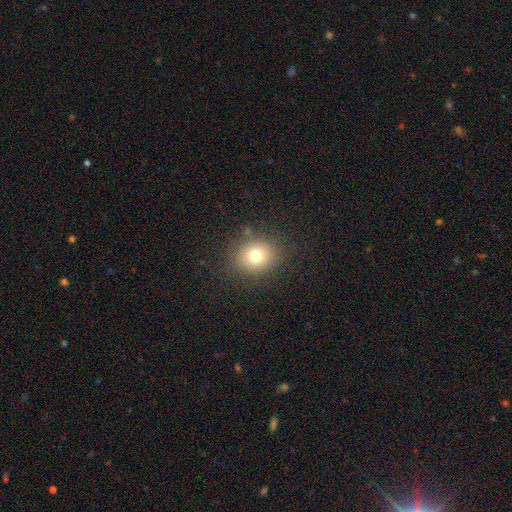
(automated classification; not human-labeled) Smooth or featured? smooth (74%)
How rounded? round (72%)
Merging? none (85%)